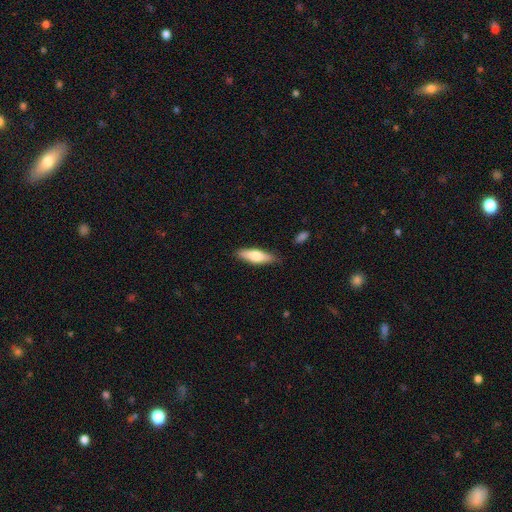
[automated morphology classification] This appears to be a smooth galaxy with no disk features (71%) that is cigar-shaped (51%). Merging: none (83%).